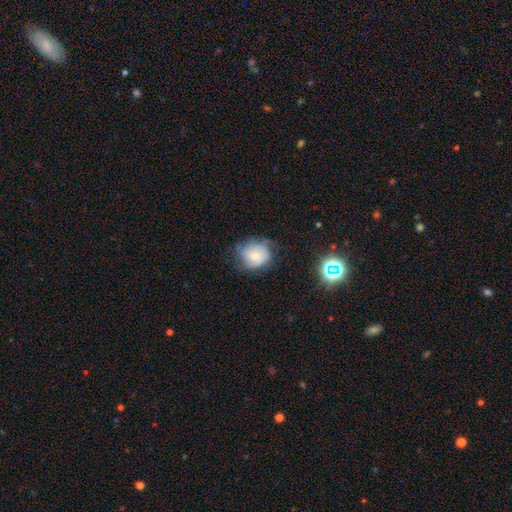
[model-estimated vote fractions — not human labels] smooth-or-featured: smooth: 53% | featured or disk: 36% | star or artifact: 10%
  how-rounded: round: 68% | in between: 31% | cigar-shaped: 1%
  merging: none: 55% | minor disturbance: 30% | major disturbance: 13% | merger: 2%